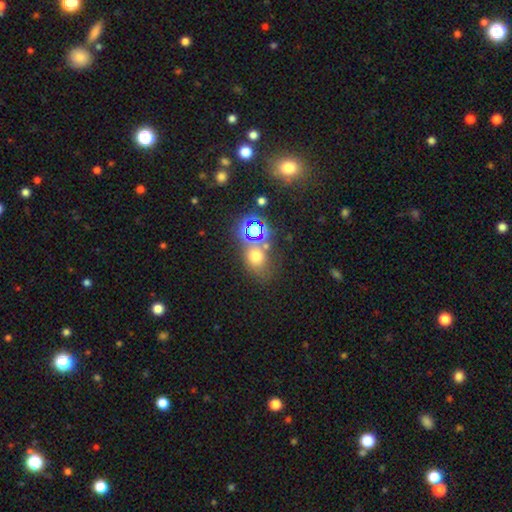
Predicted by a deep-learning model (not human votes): Smooth or featured? Predicted: smooth (p=0.59). How rounded? Predicted: round (p=0.57). Merging? Predicted: none (p=0.60).